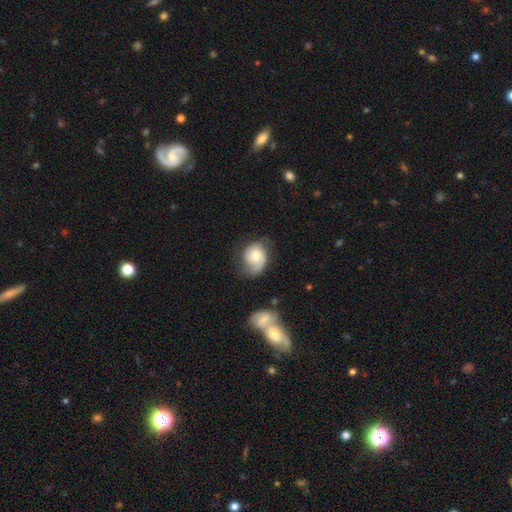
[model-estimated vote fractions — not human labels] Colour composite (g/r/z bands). It shows a featured or disk galaxy (53%) with no bar (75%), spiral arms (86%) and a moderate central bulge (61%). Merging: none (52%).